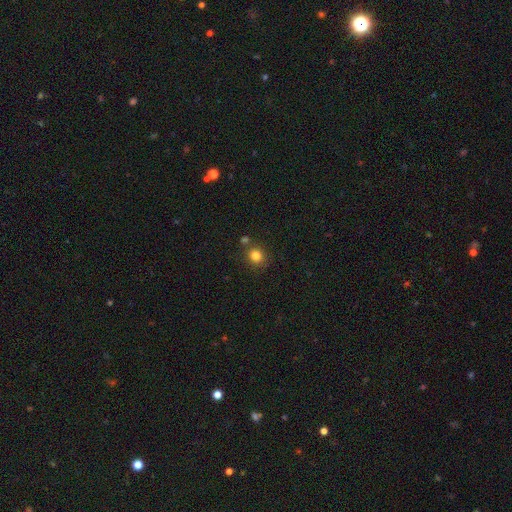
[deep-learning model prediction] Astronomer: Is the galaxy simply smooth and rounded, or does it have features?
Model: smooth — 82%.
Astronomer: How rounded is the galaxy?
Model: round — 85%.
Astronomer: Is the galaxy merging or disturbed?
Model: none — 76%.